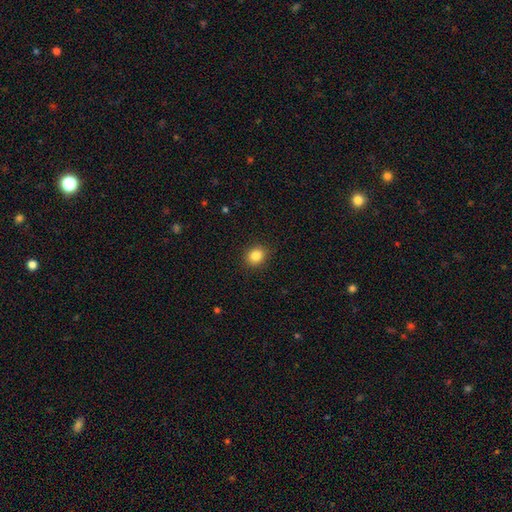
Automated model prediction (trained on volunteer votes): Smooth or featured? smooth (84%)
How rounded? round (69%)
Merging? none (91%)